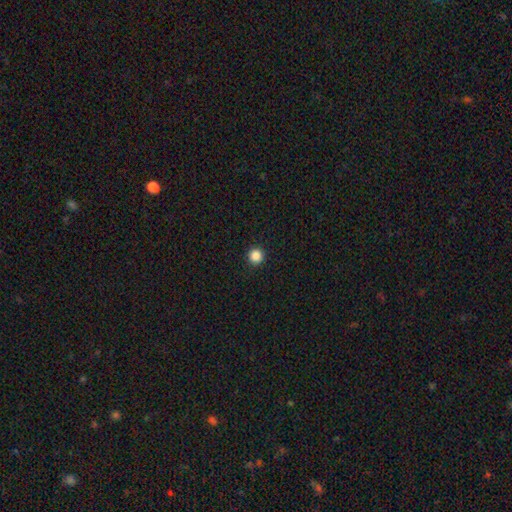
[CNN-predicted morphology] smooth_or_featured: smooth (p=0.86) [alt: star or artifact p=0.11]
how_rounded: round (p=0.96) [alt: in between p=0.03]
merging: none (p=0.94) [alt: minor disturbance p=0.04]